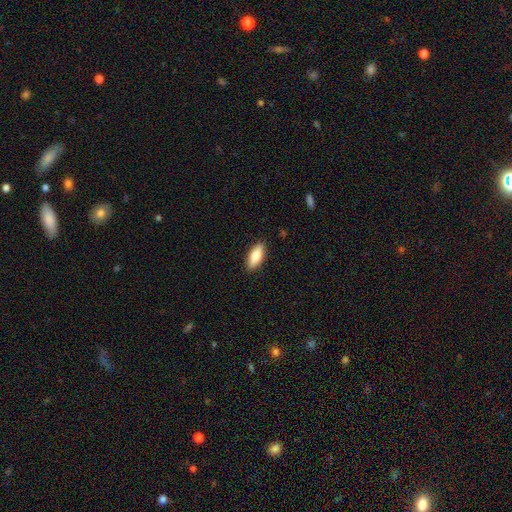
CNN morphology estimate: This appears to be a smooth galaxy with no disk features (79%) that is in between round and cigar-shaped (74%). Merging: none (88%).